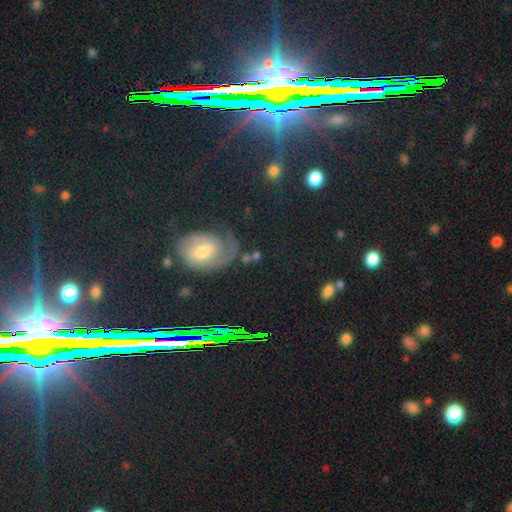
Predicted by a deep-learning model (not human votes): Smooth or featured?
  - smooth: 34% * (tied)
  - featured or disk: 34% * (tied)
  - star or artifact: 32%
Merging?
  - none: 68% *
  - minor disturbance: 16%
  - major disturbance: 11%
  - merger: 5%